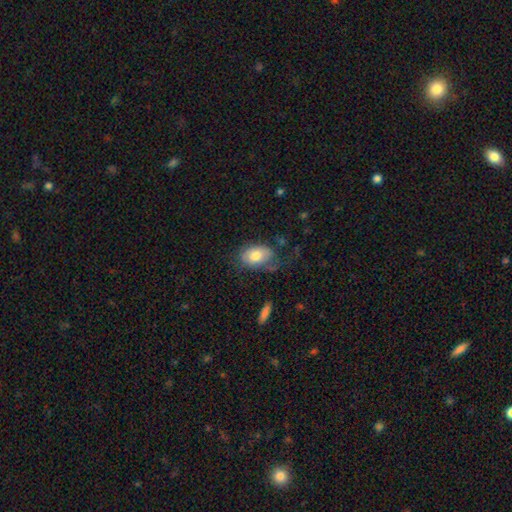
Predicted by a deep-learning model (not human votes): smooth-or-featured: smooth: 72% | featured or disk: 21% | star or artifact: 7%
  how-rounded: in between: 87% | round: 12% | cigar-shaped: 1%
  merging: none: 49% | minor disturbance: 27% | major disturbance: 21% | merger: 3%